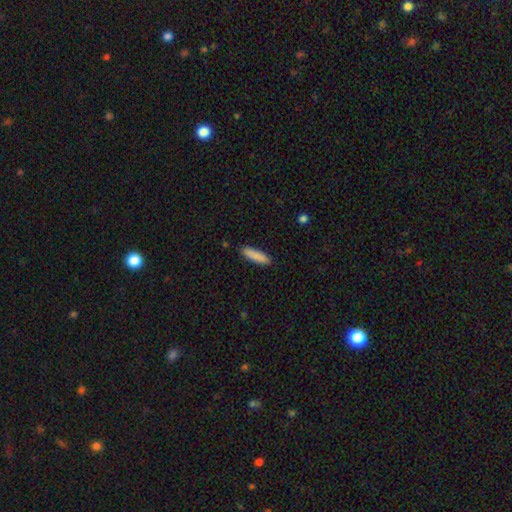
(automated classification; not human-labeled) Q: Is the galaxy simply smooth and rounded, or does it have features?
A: smooth — 87%.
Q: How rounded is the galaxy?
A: cigar-shaped — 75%.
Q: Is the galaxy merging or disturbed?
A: none — 89%.